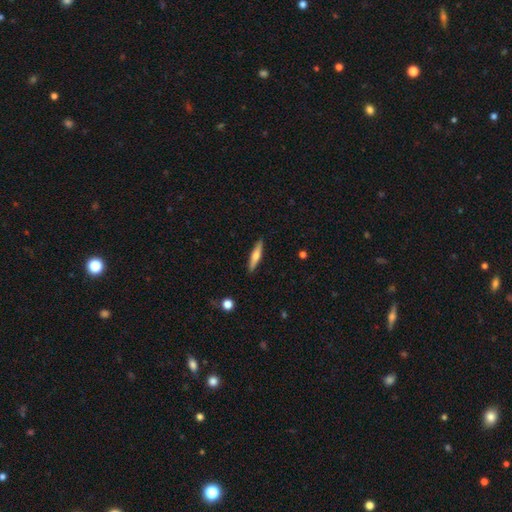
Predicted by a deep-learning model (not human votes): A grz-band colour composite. It shows a smooth galaxy with no disk features (57%) that is cigar-shaped (86%). Merging: none (90%).